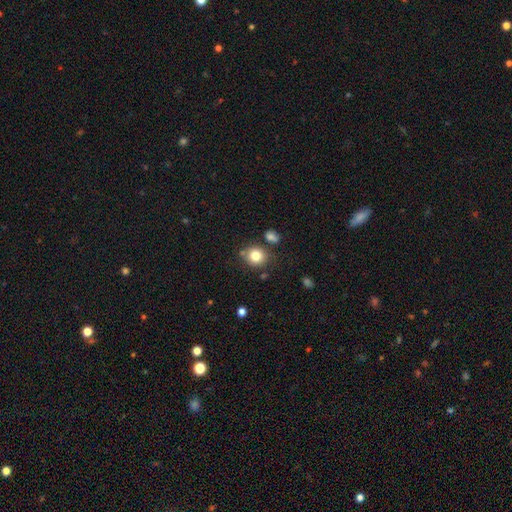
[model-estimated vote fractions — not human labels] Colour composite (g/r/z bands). It shows a smooth galaxy with no disk features (80%) that is round (81%). Merging: none (75%).